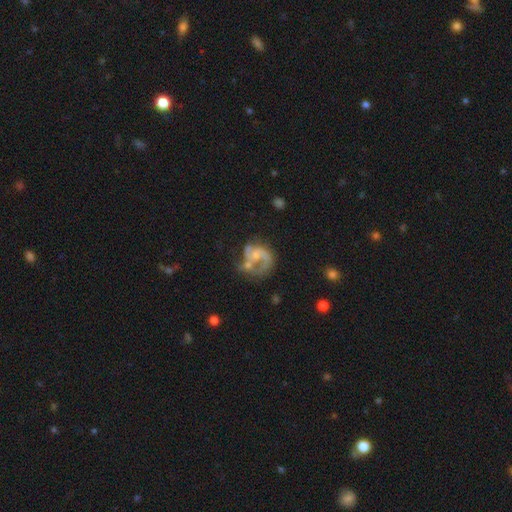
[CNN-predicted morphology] Q: Smooth or featured?
A: featured or disk (74%); runner-up: smooth (18%)
Q: Edge-on disk?
A: no (98%); runner-up: yes (2%)
Q: Bar?
A: no (67%); runner-up: weak (28%)
Q: Spiral arms?
A: yes (78%); runner-up: no (22%)
Q: Spiral winding?
A: medium (43%); runner-up: loose (38%)
Q: Spiral arm count?
A: 1 (42%); runner-up: 2 (38%)
Q: Bulge size?
A: small (42%); runner-up: moderate (27%)
Q: Merging?
A: major disturbance (35%); runner-up: none (32%)